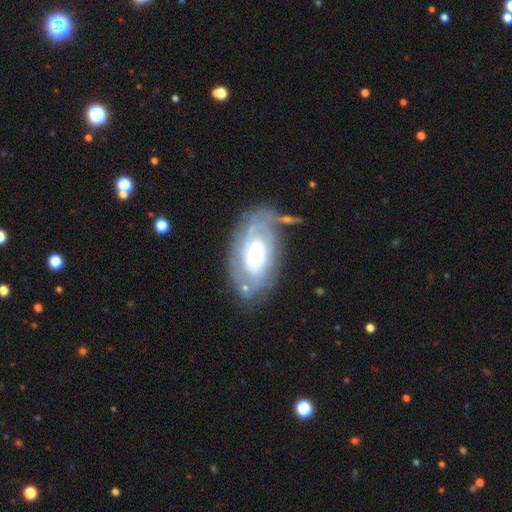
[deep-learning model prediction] A featured or disk galaxy (74%) with no bar (67%), tight (64%) spiral arms (82%) and a moderate central bulge (56%).

Vote fractions:
- Smooth or featured? featured or disk: 74% / smooth: 20% / star or artifact: 6%
- Edge-on disk? no: 93% / yes: 7%
- Bar? no: 67% / weak: 25% / strong: 8%
- Spiral arms? yes: 82% / no: 18%
- Spiral winding? tight: 64% / medium: 26% / loose: 10%
- Spiral arm count? can't tell: 48% / 2: 26% / 3: 11% / 1: 7% / 4: 5% / more than 4: 4%
- Bulge size? moderate: 56% / small: 24% / large: 16% / dominant: 2% / none: 1%
- Merging? none: 58% / minor disturbance: 21% / major disturbance: 13% / merger: 8%